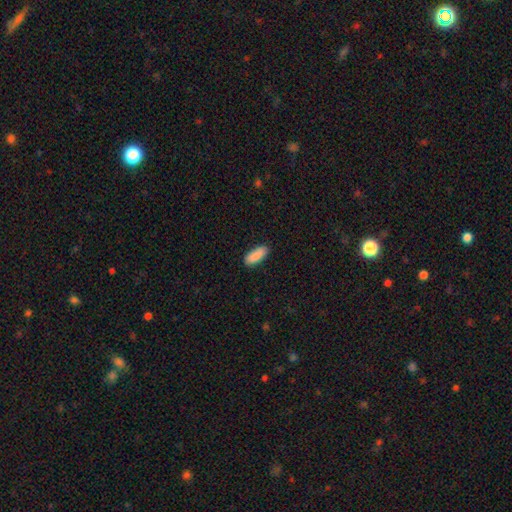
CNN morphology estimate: smooth_or_featured: smooth (p=0.90) [alt: star or artifact p=0.06]
how_rounded: in between (p=0.78) [alt: cigar-shaped p=0.20]
merging: none (p=0.87) [alt: minor disturbance p=0.10]